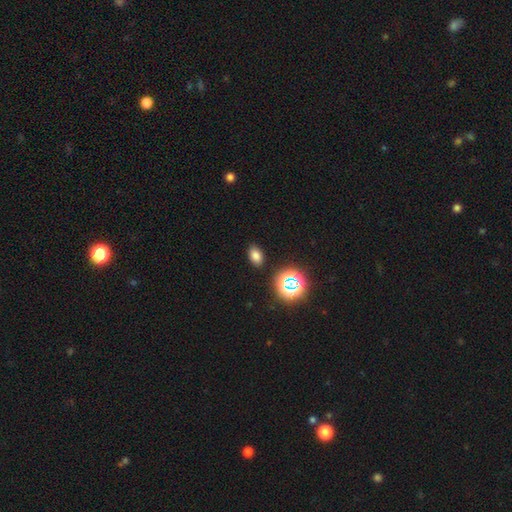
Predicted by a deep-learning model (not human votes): The model was most divided on "smooth or featured": smooth: 74%, star or artifact: 20%, featured or disk: 6%. More confident: merging — none (87%); how rounded — in between (85%).